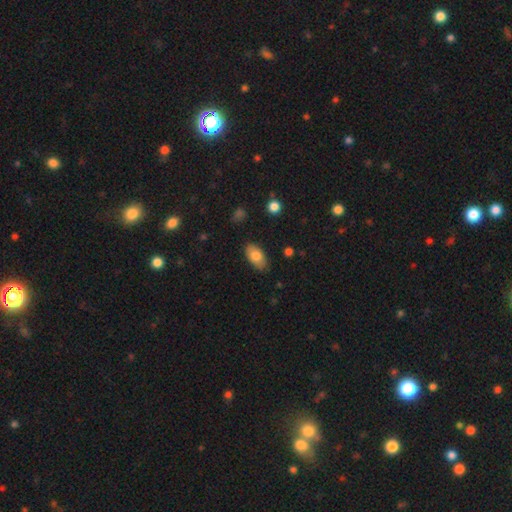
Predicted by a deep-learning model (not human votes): smooth-or-featured: smooth: 79% | featured or disk: 14% | star or artifact: 7%
  how-rounded: in between: 92% | round: 4% | cigar-shaped: 3%
  merging: none: 83% | minor disturbance: 13% | major disturbance: 2% | merger: 1%